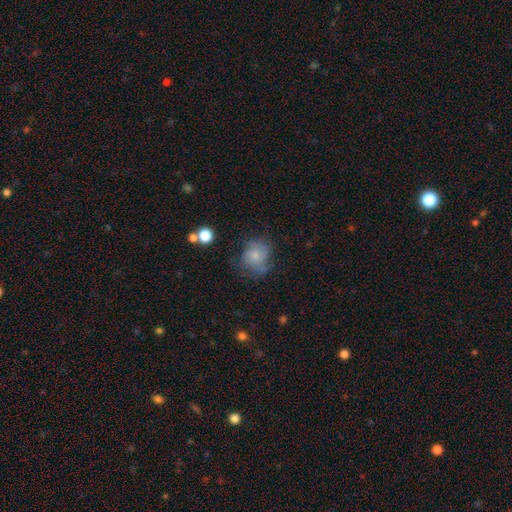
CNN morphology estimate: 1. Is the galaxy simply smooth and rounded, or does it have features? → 60% smooth, 30% featured or disk, 10% star or artifact.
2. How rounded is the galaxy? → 70% round, 29% in between, 1% cigar-shaped.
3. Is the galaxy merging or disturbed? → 51% none, 29% minor disturbance, 16% major disturbance, 3% merger.